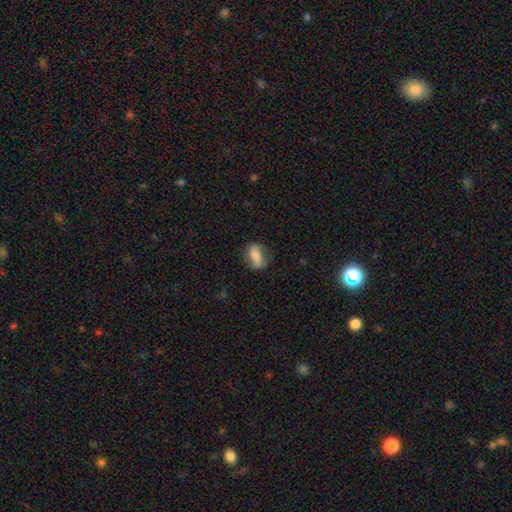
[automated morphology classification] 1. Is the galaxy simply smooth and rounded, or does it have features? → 67% smooth, 25% featured or disk, 8% star or artifact.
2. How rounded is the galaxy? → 81% in between, 12% round, 7% cigar-shaped.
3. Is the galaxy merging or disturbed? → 69% none, 21% minor disturbance, 8% major disturbance, 1% merger.